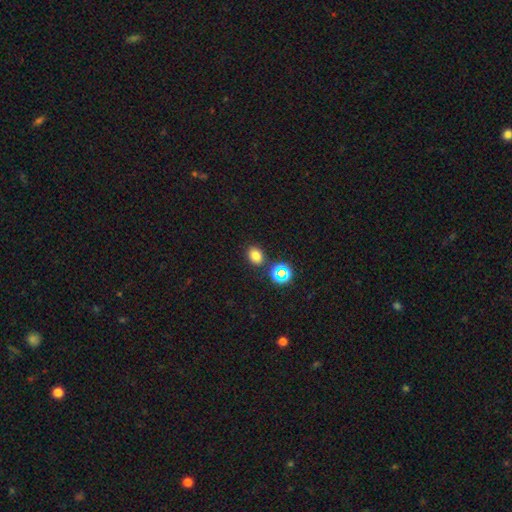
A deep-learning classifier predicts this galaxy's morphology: A smooth galaxy with no disk features (75%) that is in between round and cigar-shaped (56%). Merging: none (82%).